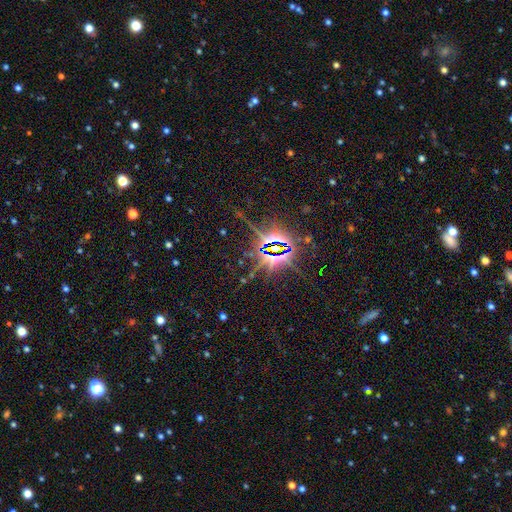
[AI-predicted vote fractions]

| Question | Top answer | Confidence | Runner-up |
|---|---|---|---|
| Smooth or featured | star or artifact | 85% | featured or disk (8%) |